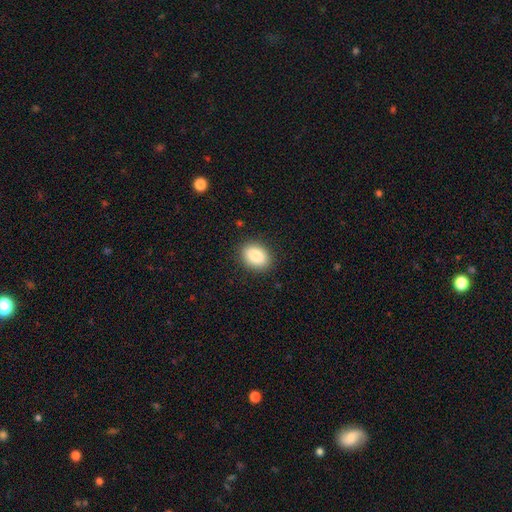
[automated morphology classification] This is clearly a smooth galaxy (86%). How rounded: likely in between (69%). Merging: clearly none (89%).